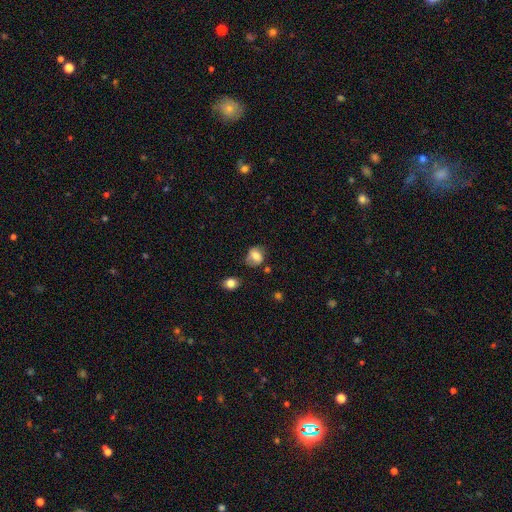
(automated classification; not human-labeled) This appears to be a smooth galaxy with no disk features (73%) that is round (58%). Merging: none (63%).